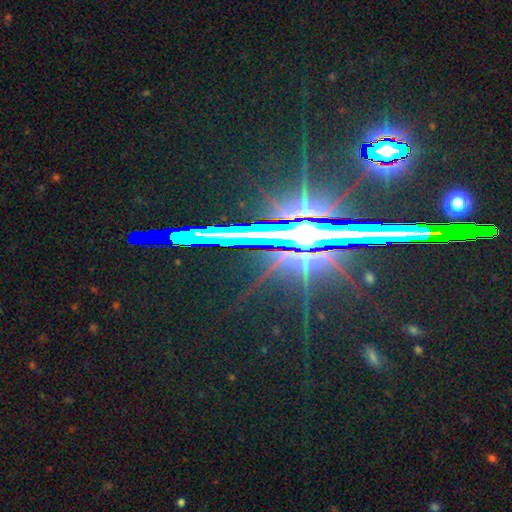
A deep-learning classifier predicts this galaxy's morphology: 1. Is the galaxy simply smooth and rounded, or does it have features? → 67% star or artifact, 23% featured or disk, 10% smooth.